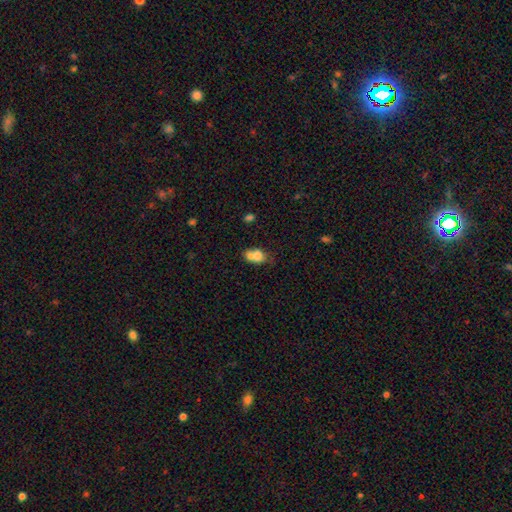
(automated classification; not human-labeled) Overall: smooth (72%). How rounded: in between (58%; round 40%). Merging: merger (58%; none 25%).